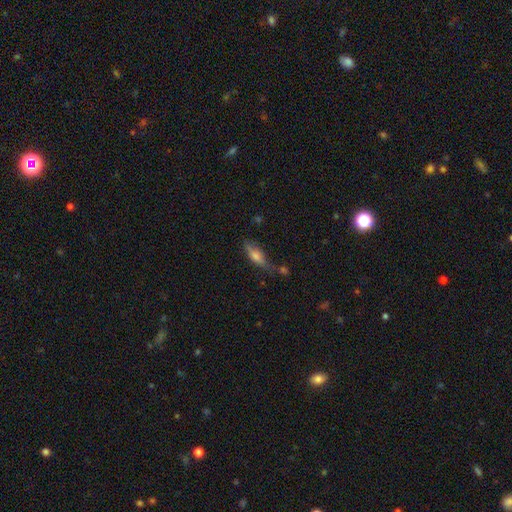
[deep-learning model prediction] smooth-or-featured: smooth: 53% | featured or disk: 37% | star or artifact: 10%
  how-rounded: cigar-shaped: 53% | in between: 43% | round: 3%
  merging: none: 52% | minor disturbance: 25% | merger: 12% | major disturbance: 11%